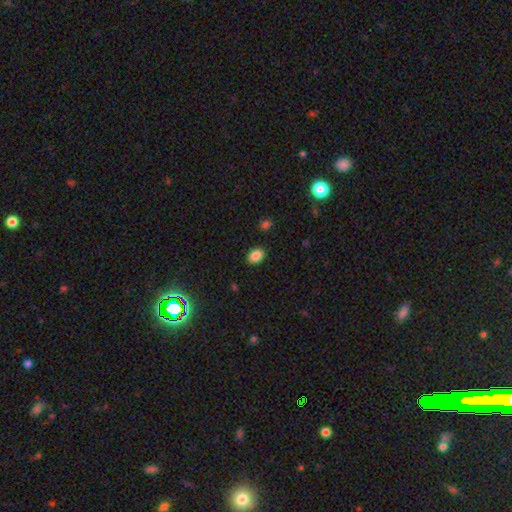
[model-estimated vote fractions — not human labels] Smooth or featured: smooth — 85% (star or artifact — 10%)
How rounded: in between — 66% (round — 33%)
Merging: none — 89% (minor disturbance — 8%)